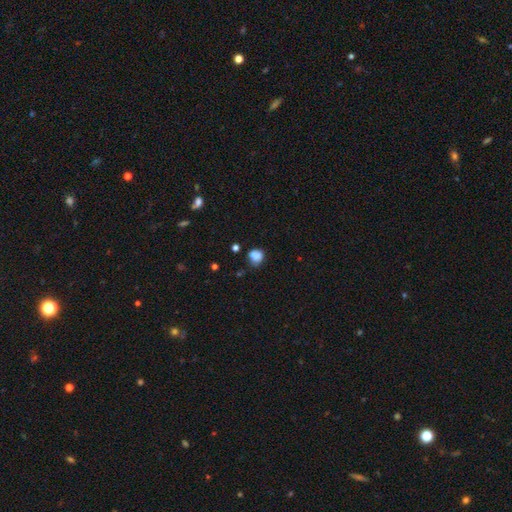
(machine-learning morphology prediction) Smooth or featured: smooth — 81% (star or artifact — 12%)
How rounded: round — 76% (in between — 23%)
Merging: none — 54% (minor disturbance — 29%)